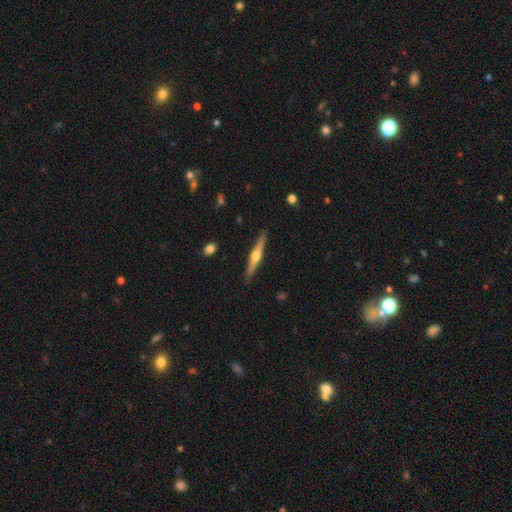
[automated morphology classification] Smooth or featured?
  - featured or disk: 69% *
  - smooth: 25%
  - star or artifact: 5%
Edge-on disk?
  - yes: 98% *
  - no: 2%
Edge-on bulge?
  - rounded: 93% *
  - boxy: 3%
  - none: 3%
Merging?
  - none: 90% *
  - minor disturbance: 8%
  - major disturbance: 1%
  - merger: 1%